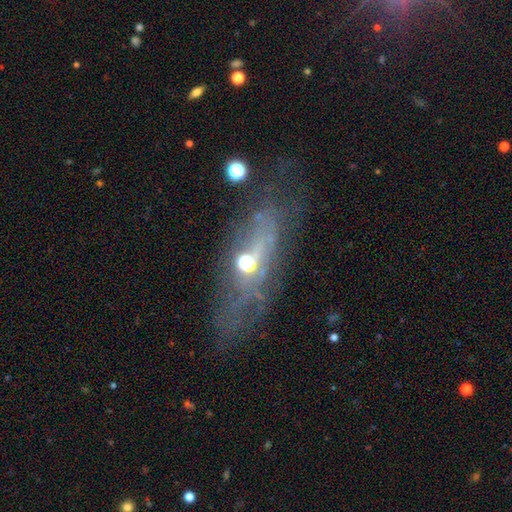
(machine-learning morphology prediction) Smooth or featured? Predicted: featured or disk (p=0.58). Edge-on disk? Predicted: no (p=0.59). Merging? Predicted: none (p=0.60).